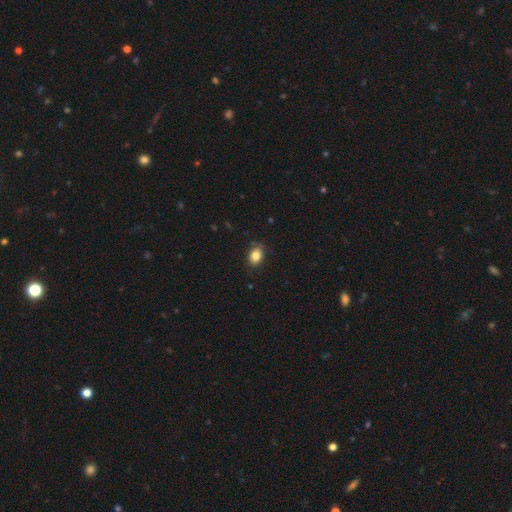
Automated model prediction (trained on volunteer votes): The model was most divided on "how rounded": in between: 71%, round: 28%, cigar-shaped: 1%. More confident: smooth or featured — smooth (85%); merging — none (83%).